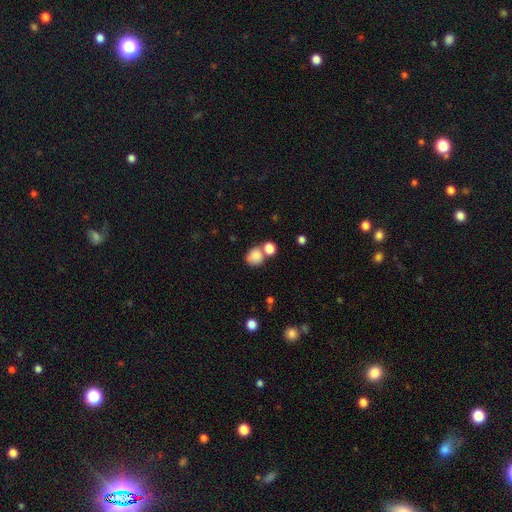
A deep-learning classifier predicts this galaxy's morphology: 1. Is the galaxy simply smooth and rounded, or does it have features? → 84% smooth, 9% star or artifact, 7% featured or disk.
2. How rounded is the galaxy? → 75% round, 24% in between, 1% cigar-shaped.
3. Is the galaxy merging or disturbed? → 49% none, 34% merger, 12% minor disturbance, 5% major disturbance.